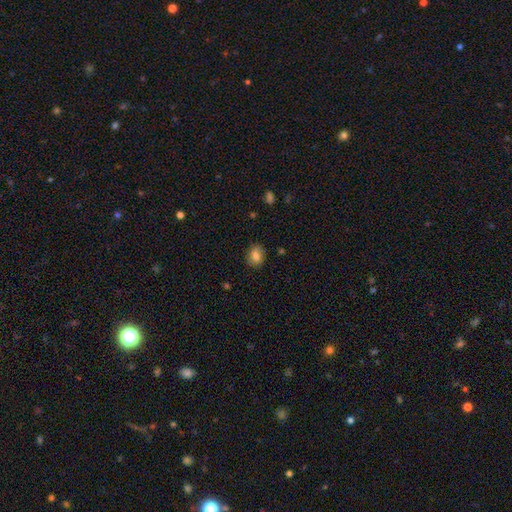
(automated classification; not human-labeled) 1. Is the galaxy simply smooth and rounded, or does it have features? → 81% smooth, 10% star or artifact, 9% featured or disk.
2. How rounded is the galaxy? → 51% in between, 48% round, 1% cigar-shaped.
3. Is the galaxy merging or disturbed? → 82% none, 14% minor disturbance, 3% major disturbance, 1% merger.